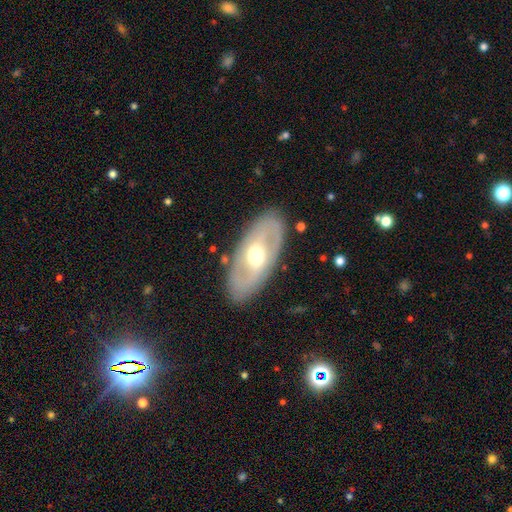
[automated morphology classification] smooth_or_featured: featured or disk (p=0.67) [alt: smooth p=0.28]
disk_edge_on: no (p=0.88) [alt: yes p=0.12]
bar: no (p=0.41) [alt: weak p=0.39]
has_spiral_arms: yes (p=0.52) [alt: no p=0.48]
bulge_size: moderate (p=0.71) [alt: large p=0.14]
merging: none (p=0.84) [alt: minor disturbance p=0.10]